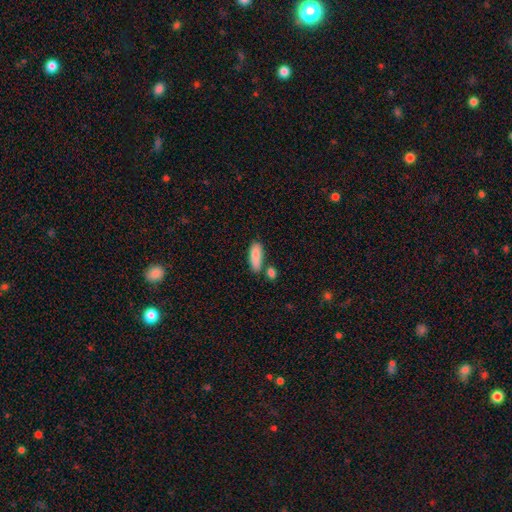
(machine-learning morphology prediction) smooth 85%, featured or disk 9%, star or artifact 6%. Down the decision tree: how rounded — in between (71%); merging — none (61%).